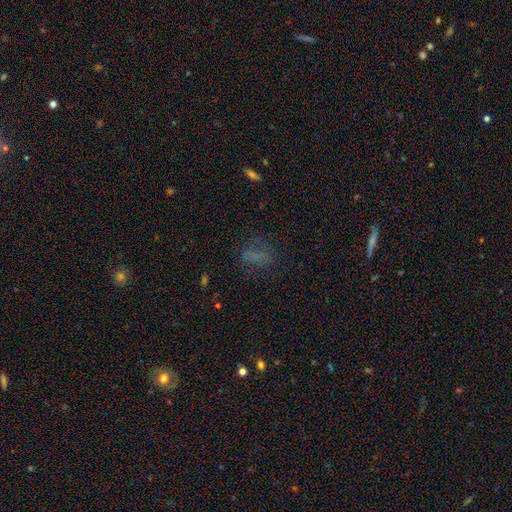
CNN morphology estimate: Smooth or featured? smooth (56%)
How rounded? in between (69%)
Merging? none (64%)